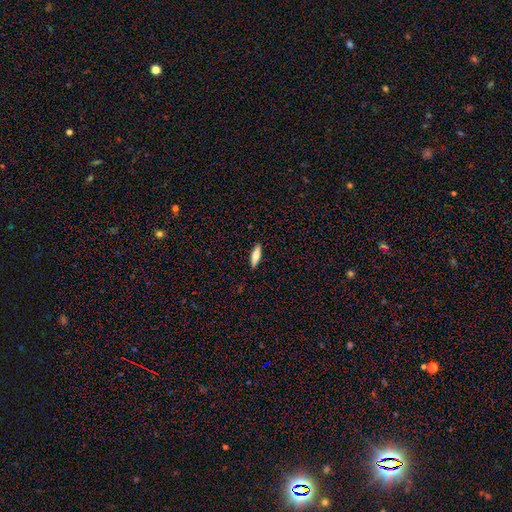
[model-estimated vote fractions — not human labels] Smooth or featured? smooth (63%)
How rounded? cigar-shaped (52%)
Merging? none (89%)